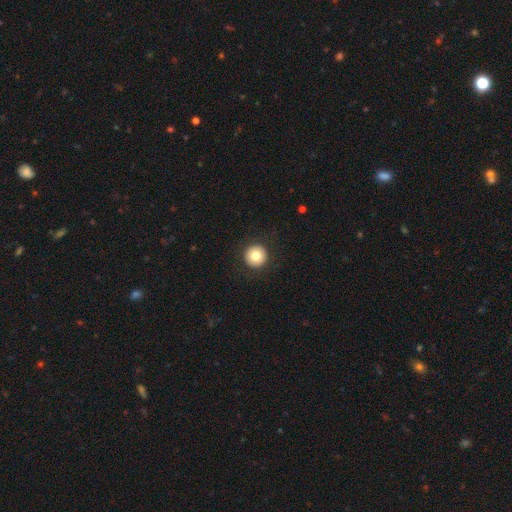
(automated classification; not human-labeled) Overall: smooth (80%). How rounded: round (97%). Merging: none (92%).